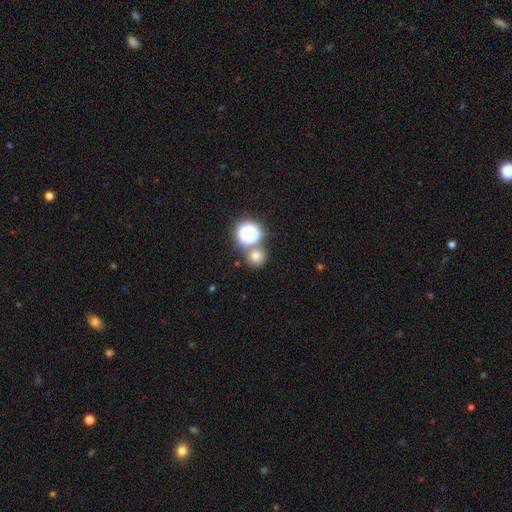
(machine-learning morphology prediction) Overall: smooth (70%). How rounded: round (89%). Merging: none (69%).